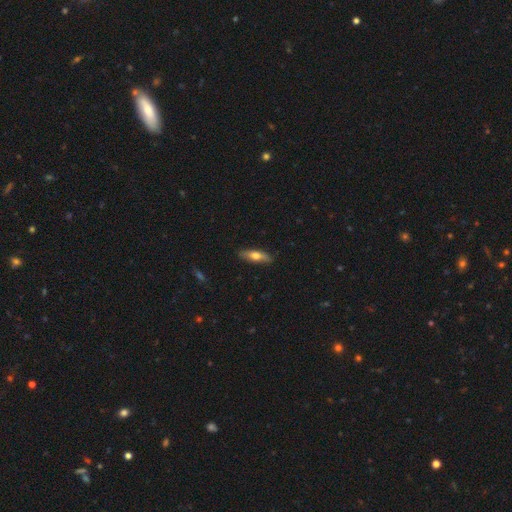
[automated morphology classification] smooth 61%, featured or disk 33%, star or artifact 6%. Down the decision tree: how rounded — cigar-shaped (56%); merging — none (86%).